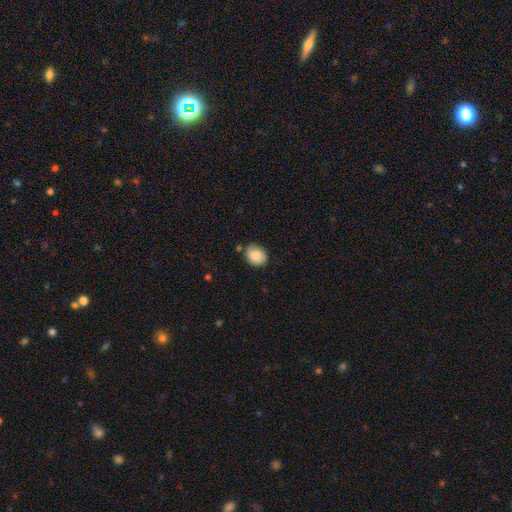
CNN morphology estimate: This is clearly a smooth galaxy (87%). How rounded: possibly round (56%). Merging: likely none (78%).